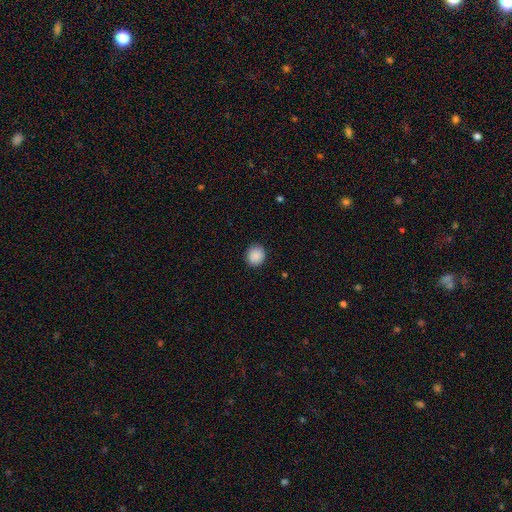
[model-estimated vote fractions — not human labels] smooth 90%, star or artifact 8%, featured or disk 2%. Down the decision tree: how rounded — round (86%); merging — none (90%).